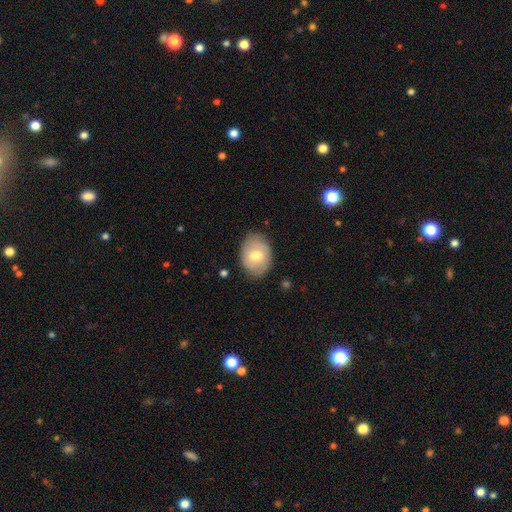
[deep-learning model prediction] The model was most divided on "smooth or featured": smooth: 63%, featured or disk: 31%, star or artifact: 6%. More confident: merging — none (79%); how rounded — in between (66%).